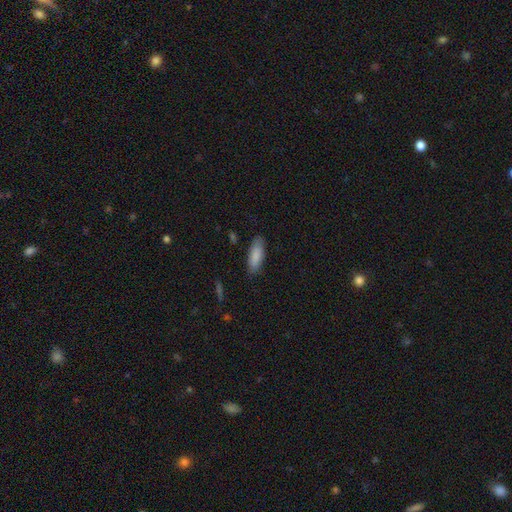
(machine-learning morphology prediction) Smooth or featured: smooth — 87% (featured or disk — 7%)
How rounded: in between — 68% (cigar-shaped — 31%)
Merging: none — 83% (minor disturbance — 13%)